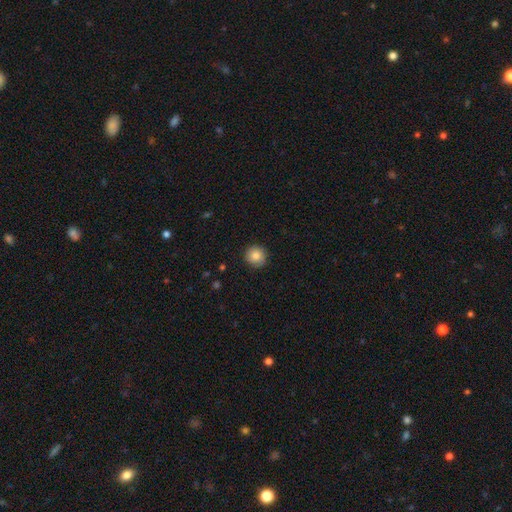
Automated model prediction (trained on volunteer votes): smooth 83%, star or artifact 9%, featured or disk 8%. Down the decision tree: how rounded — round (94%); merging — none (87%).